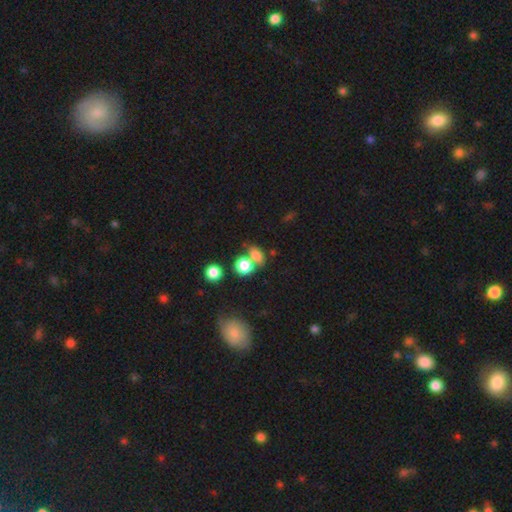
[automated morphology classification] type=smooth (77%); roundness=in between (60%); merging=none (44%).